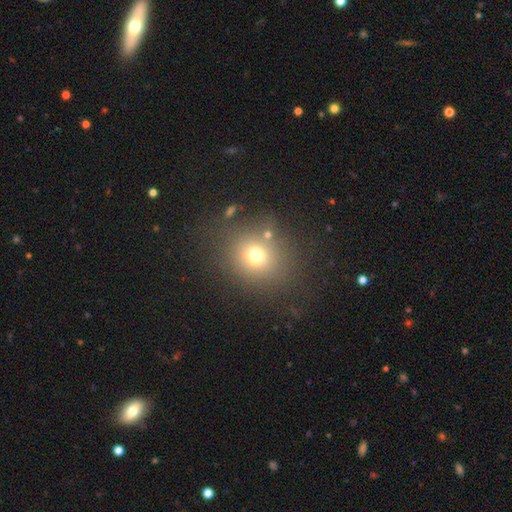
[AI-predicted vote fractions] A smooth galaxy with no disk features (70%) that is round (82%).

Vote fractions:
- Smooth or featured? smooth: 70% / star or artifact: 19% / featured or disk: 11%
- How rounded? round: 82% / in between: 17% / cigar-shaped: 1%
- Merging? none: 76% / minor disturbance: 11% / merger: 6% / major disturbance: 6%